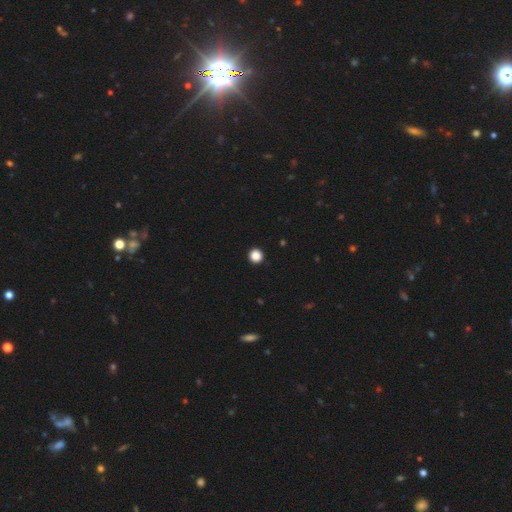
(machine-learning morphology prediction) This appears to be a smooth galaxy with no disk features (87%) that is round (96%). Merging: none (94%).